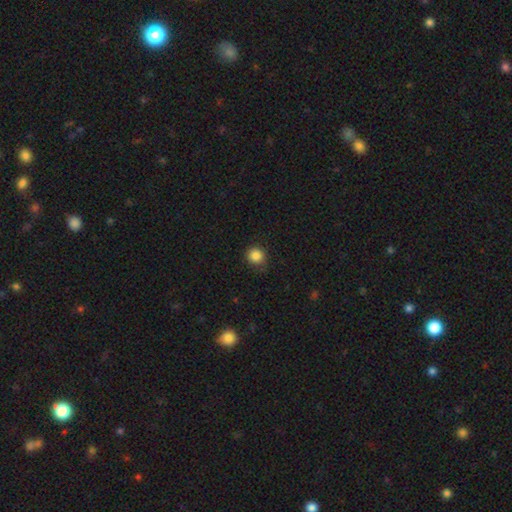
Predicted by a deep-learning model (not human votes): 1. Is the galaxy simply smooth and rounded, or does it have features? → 85% smooth, 11% star or artifact, 4% featured or disk.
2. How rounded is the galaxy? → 88% round, 11% in between, 1% cigar-shaped.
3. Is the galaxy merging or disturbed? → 80% none, 15% minor disturbance, 4% major disturbance, 1% merger.